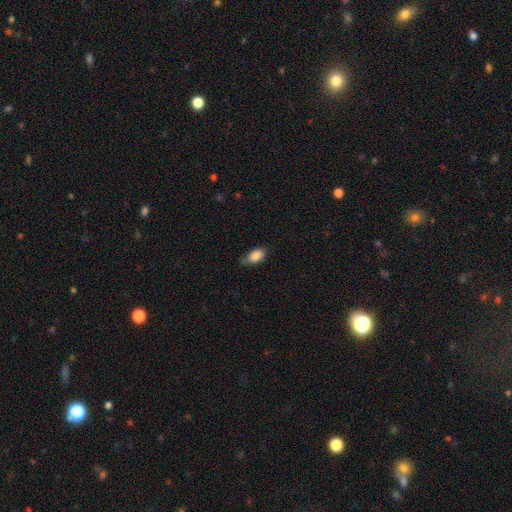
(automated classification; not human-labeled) smooth 86%, star or artifact 7%, featured or disk 7%. Down the decision tree: how rounded — in between (91%); merging — none (61%).